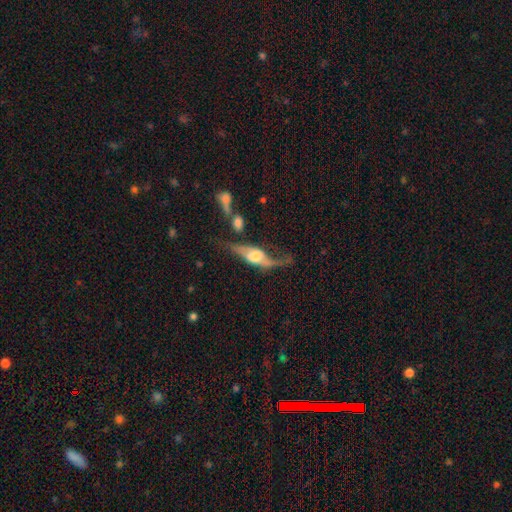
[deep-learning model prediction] Smooth or featured? featured or disk (75%)
Edge-on disk? yes (56%)
Merging? none (43%)